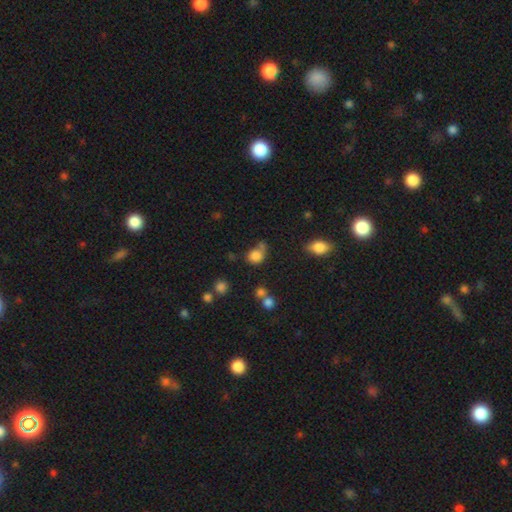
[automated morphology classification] This is clearly a smooth galaxy (80%). How rounded: likely round (69%). Merging: possibly none (50%).